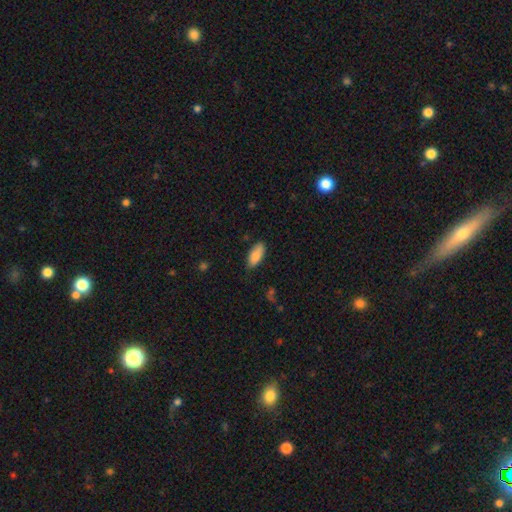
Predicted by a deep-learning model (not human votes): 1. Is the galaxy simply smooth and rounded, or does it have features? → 85% smooth, 9% featured or disk, 6% star or artifact.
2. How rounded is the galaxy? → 86% in between, 12% cigar-shaped, 2% round.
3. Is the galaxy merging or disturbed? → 81% none, 15% minor disturbance, 2% major disturbance, 1% merger.